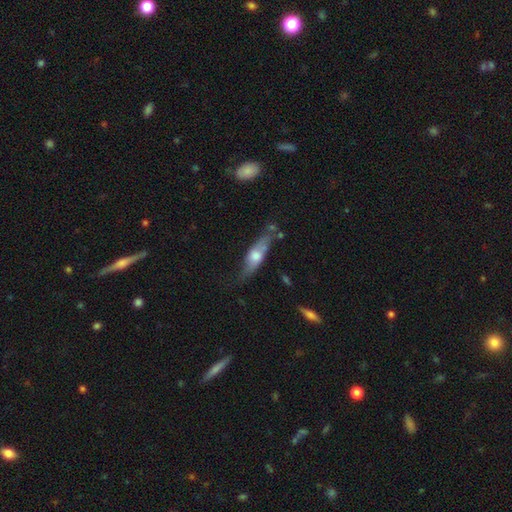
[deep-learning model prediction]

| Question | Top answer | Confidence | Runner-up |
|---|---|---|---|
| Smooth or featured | featured or disk | 48% | smooth (46%) |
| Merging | none | 59% | minor disturbance (27%) |